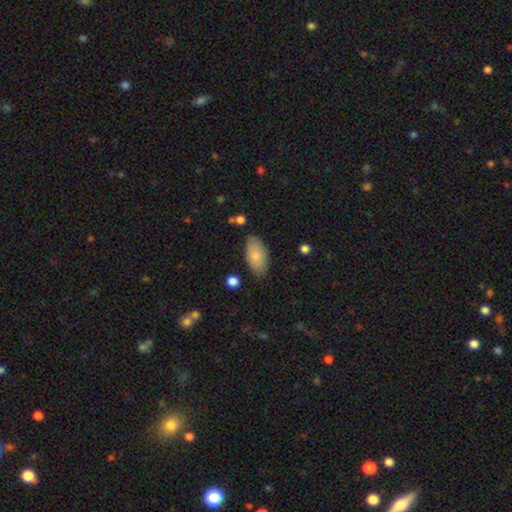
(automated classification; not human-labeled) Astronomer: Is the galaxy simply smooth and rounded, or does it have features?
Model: smooth — 83%.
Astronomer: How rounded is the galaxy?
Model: in between — 93%.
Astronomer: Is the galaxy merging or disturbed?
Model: none — 81%.